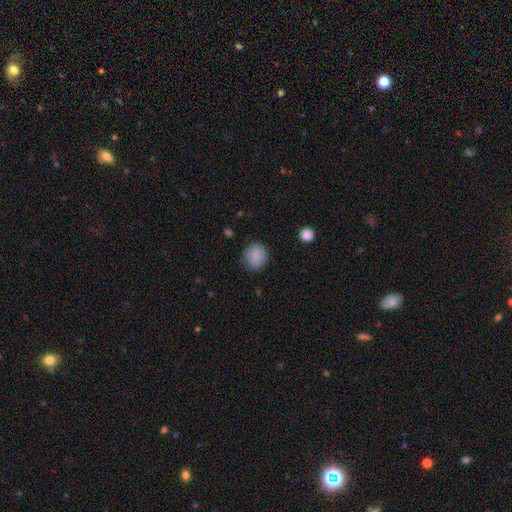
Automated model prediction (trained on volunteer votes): smooth_or_featured: smooth (p=0.88) [alt: star or artifact p=0.08]
how_rounded: round (p=0.84) [alt: in between p=0.15]
merging: none (p=0.87) [alt: minor disturbance p=0.09]